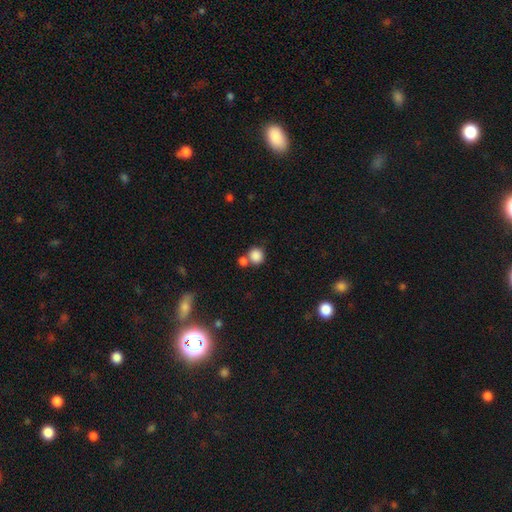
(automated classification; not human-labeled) Overall: smooth (85%). How rounded: round (84%). Merging: none (54%; merger 32%).